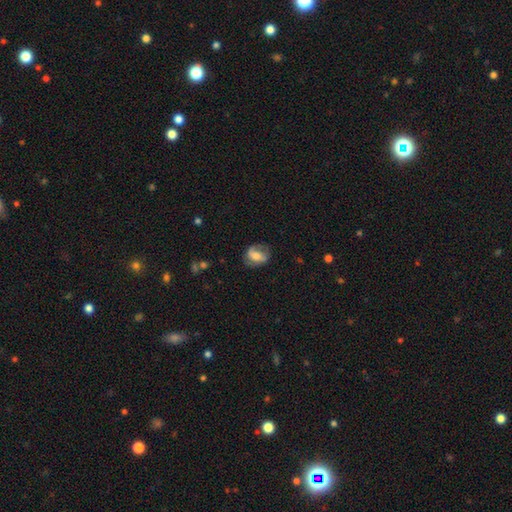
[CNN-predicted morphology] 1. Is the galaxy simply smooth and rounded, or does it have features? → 53% featured or disk, 40% smooth, 7% star or artifact.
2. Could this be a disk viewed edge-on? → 95% no, 5% yes.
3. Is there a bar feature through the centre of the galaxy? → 38% weak, 32% no, 30% strong.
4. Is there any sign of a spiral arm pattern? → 76% yes, 24% no.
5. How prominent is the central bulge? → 55% moderate, 29% small, 10% large, 4% none, 2% dominant.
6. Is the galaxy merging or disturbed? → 63% none, 23% minor disturbance, 13% major disturbance, 2% merger.